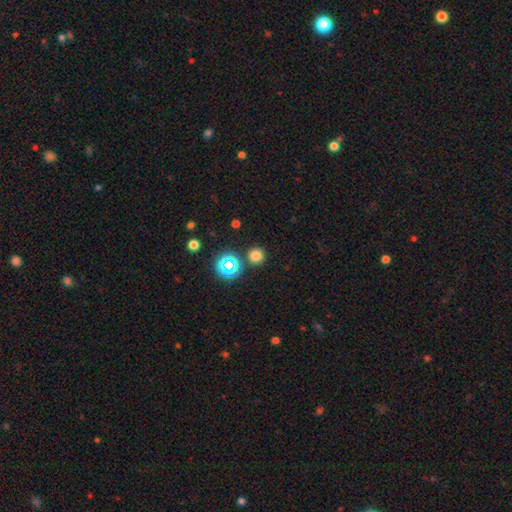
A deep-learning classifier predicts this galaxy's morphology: Q: Smooth or featured?
A: smooth (73%); runner-up: star or artifact (22%)
Q: How rounded?
A: round (94%); runner-up: in between (5%)
Q: Merging?
A: none (87%); runner-up: minor disturbance (6%)